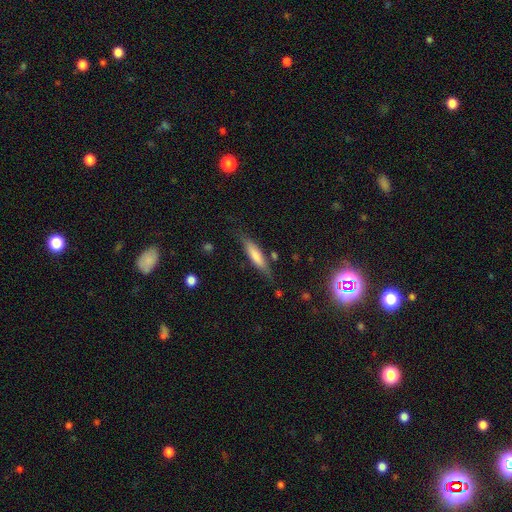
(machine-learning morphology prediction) Smooth or featured: smooth — 68% (featured or disk — 25%)
How rounded: cigar-shaped — 75% (in between — 23%)
Merging: none — 74% (minor disturbance — 18%)